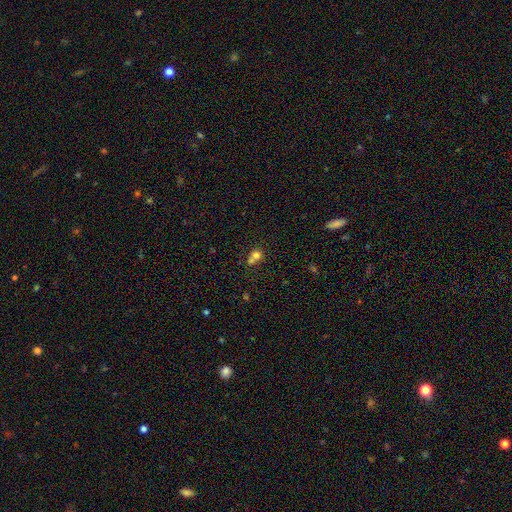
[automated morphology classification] smooth 74%, star or artifact 15%, featured or disk 11%. Down the decision tree: how rounded — round (78%); merging — merger (50%).